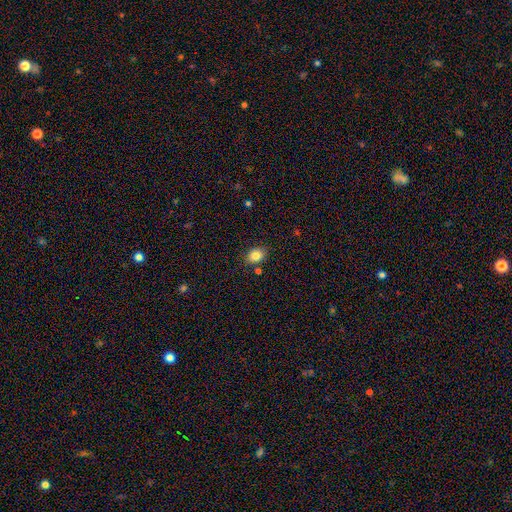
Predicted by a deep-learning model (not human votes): The model was most divided on "how rounded": in between: 66%, round: 33%, cigar-shaped: 1%. More confident: smooth or featured — smooth (84%); merging — none (80%).